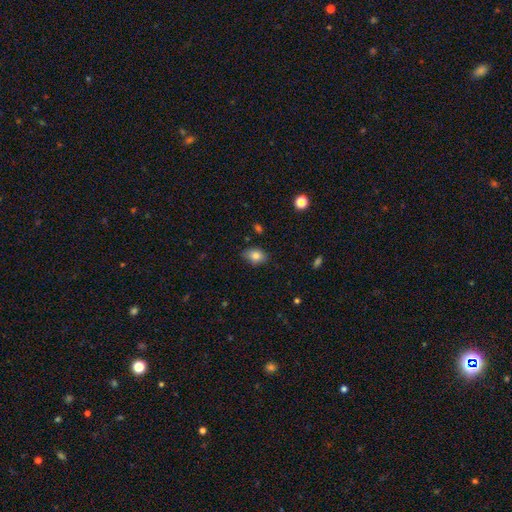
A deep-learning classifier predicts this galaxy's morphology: Smooth or featured? smooth (81%)
How rounded? in between (77%)
Merging? none (80%)